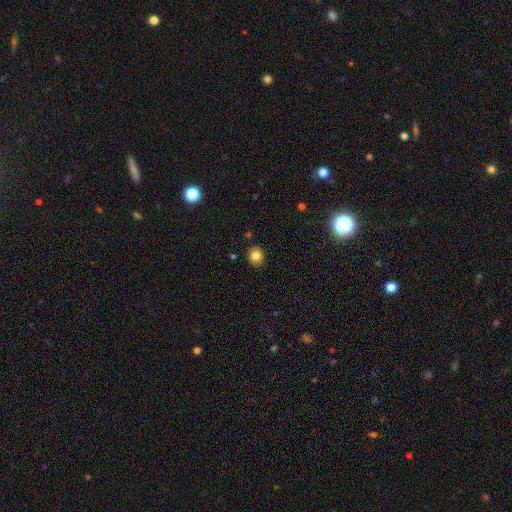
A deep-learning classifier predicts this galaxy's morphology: A smooth galaxy with no disk features (83%) that is round (76%).

Vote fractions:
- Smooth or featured? smooth: 83% / star or artifact: 11% / featured or disk: 6%
- How rounded? round: 76% / in between: 23% / cigar-shaped: 1%
- Merging? none: 88% / minor disturbance: 9% / major disturbance: 2% / merger: 2%